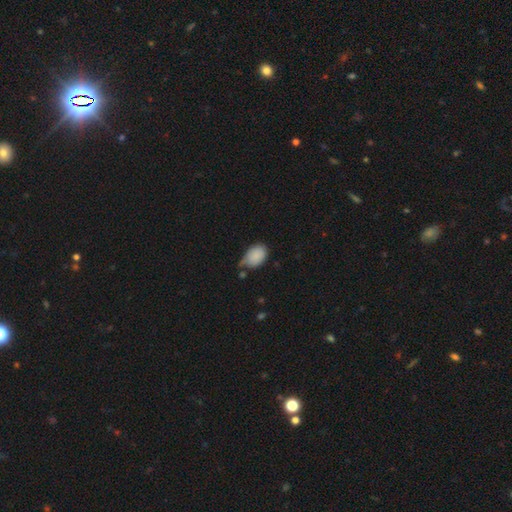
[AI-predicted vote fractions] Overall: smooth (87%). How rounded: in between (82%). Merging: none (43%; minor disturbance 39%).